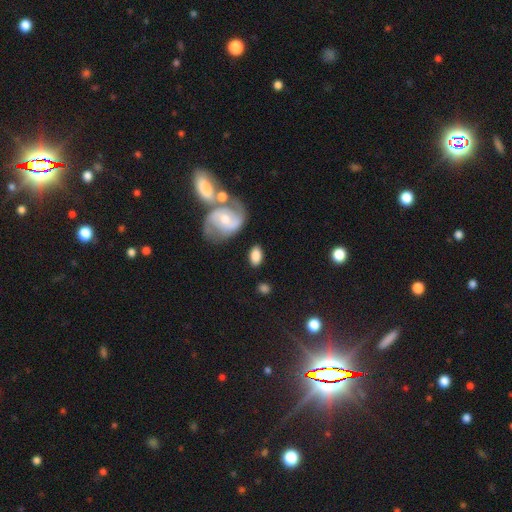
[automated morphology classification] Smooth or featured? smooth (73%)
How rounded? in between (89%)
Merging? none (74%)